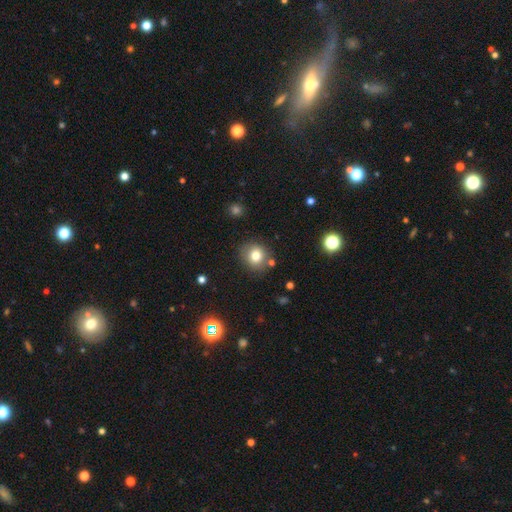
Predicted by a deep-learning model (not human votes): smooth 78%, star or artifact 12%, featured or disk 10%. Down the decision tree: how rounded — round (84%); merging — none (81%).